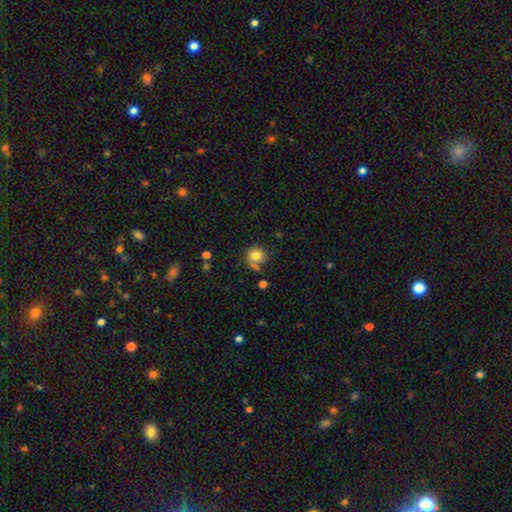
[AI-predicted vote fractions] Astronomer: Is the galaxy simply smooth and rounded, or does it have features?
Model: smooth — 77%.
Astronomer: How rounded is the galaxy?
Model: round — 87%.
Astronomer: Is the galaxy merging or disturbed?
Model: none — 57%.